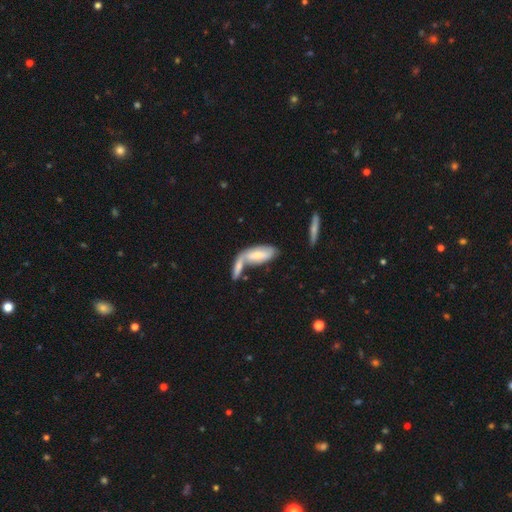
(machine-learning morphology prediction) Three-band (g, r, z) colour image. It shows a smooth galaxy with no disk features (53%) that is in between round and cigar-shaped (73%). Merging: merger (58%).